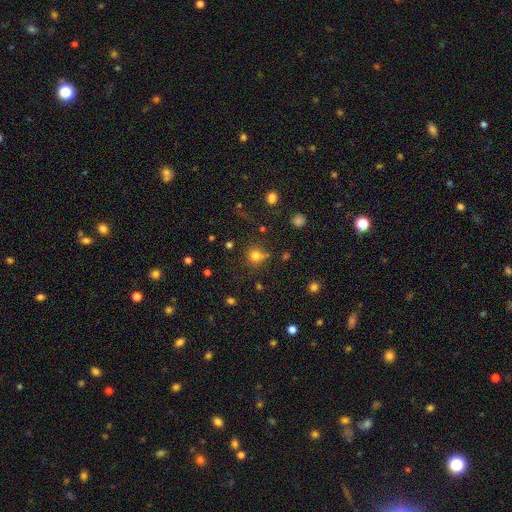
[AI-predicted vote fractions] A smooth galaxy with no disk features (74%) that is round (89%). Merging: none (68%).